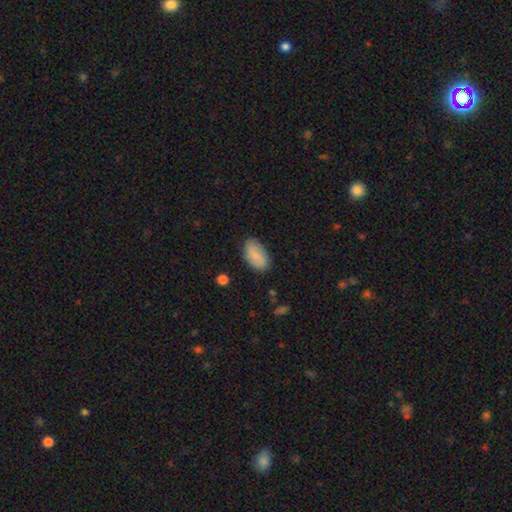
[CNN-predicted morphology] A smooth galaxy with no disk features (82%) that is in between round and cigar-shaped (94%).

Vote fractions:
- Smooth or featured? smooth: 82% / featured or disk: 12% / star or artifact: 6%
- How rounded? in between: 94% / round: 4% / cigar-shaped: 2%
- Merging? none: 82% / minor disturbance: 13% / major disturbance: 3% / merger: 1%